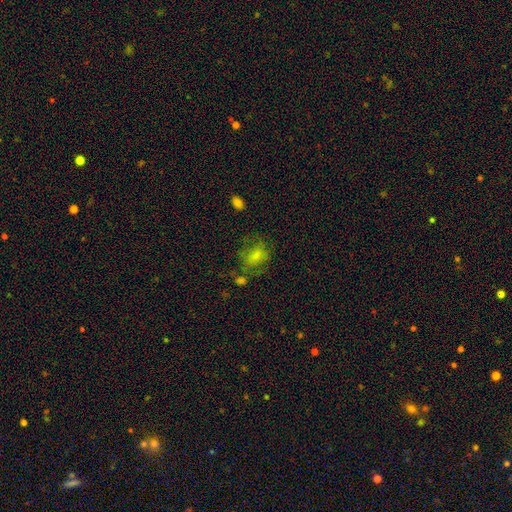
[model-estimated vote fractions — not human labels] Smooth or featured: smooth — 51% (featured or disk — 25%)
How rounded: in between — 58% (round — 39%)
Merging: none — 55% (minor disturbance — 20%)